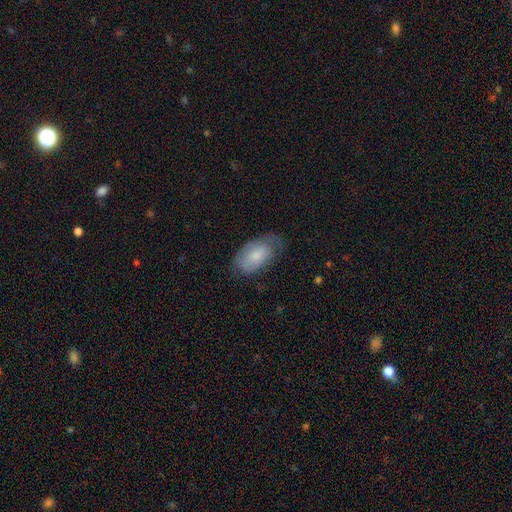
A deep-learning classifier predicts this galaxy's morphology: A smooth galaxy with no disk features (71%) that is in between round and cigar-shaped (94%).

Vote fractions:
- Smooth or featured? smooth: 71% / featured or disk: 23% / star or artifact: 6%
- How rounded? in between: 94% / round: 5% / cigar-shaped: 2%
- Merging? none: 53% / minor disturbance: 31% / major disturbance: 14% / merger: 1%